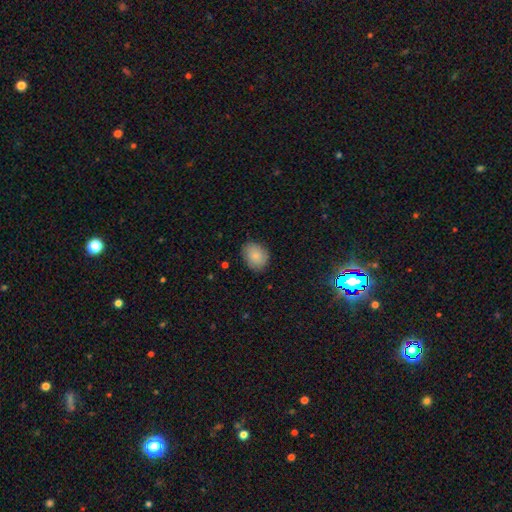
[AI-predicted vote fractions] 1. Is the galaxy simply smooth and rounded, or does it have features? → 85% smooth, 7% featured or disk, 7% star or artifact.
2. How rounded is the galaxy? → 52% in between, 47% round, 1% cigar-shaped.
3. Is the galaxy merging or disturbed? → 83% none, 13% minor disturbance, 3% major disturbance, 1% merger.